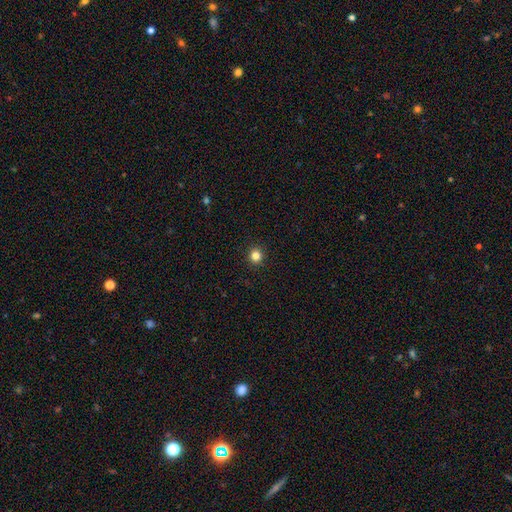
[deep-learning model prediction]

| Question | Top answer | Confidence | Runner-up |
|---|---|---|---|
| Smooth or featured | smooth | 83% | star or artifact (13%) |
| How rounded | round | 93% | in between (6%) |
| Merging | none | 93% | minor disturbance (4%) |